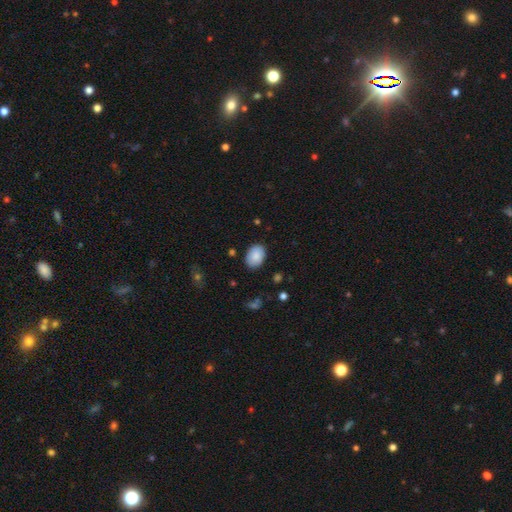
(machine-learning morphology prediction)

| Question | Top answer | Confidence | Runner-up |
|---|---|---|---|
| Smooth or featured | smooth | 87% | star or artifact (7%) |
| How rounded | in between | 78% | round (21%) |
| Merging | none | 86% | minor disturbance (11%) |